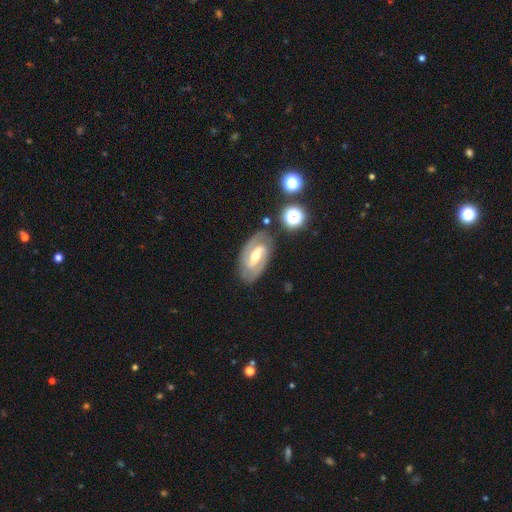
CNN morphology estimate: This is clearly a featured or disk galaxy (83%). It is clearly not viewed edge-on (95%). Bar: possibly strong (47%). Spiral arm pattern: clearly yes (92%). Spiral arm count: clearly 2 (86%). Spiral winding: possibly medium (46%). Central bulge: likely moderate (63%). Merging: clearly none (80%).